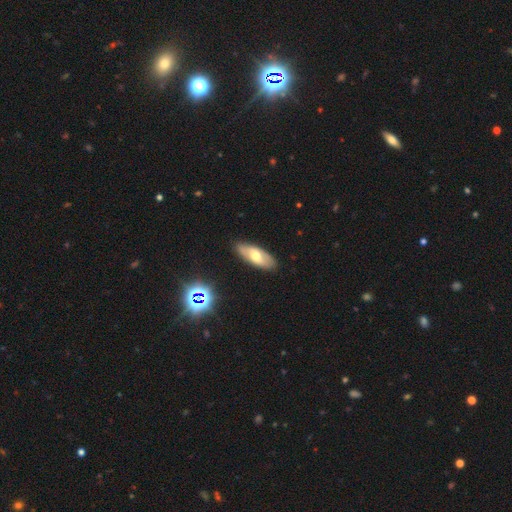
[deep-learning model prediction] Smooth or featured? smooth (53%)
How rounded? in between (80%)
Merging? none (85%)